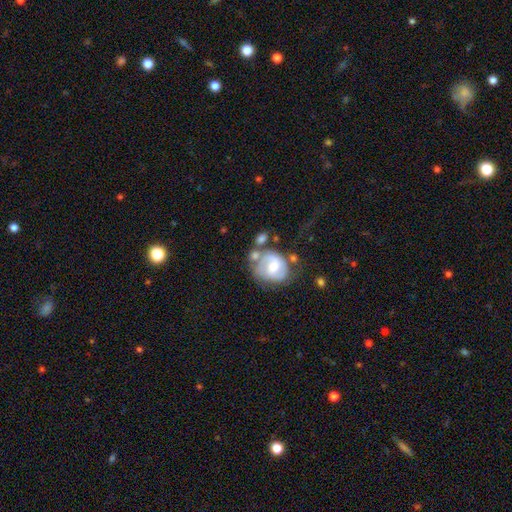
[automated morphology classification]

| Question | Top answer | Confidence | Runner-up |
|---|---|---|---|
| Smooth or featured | featured or disk | 62% | smooth (31%) |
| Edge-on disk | no | 97% | yes (3%) |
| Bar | no | 44% | tied: weak (44%) |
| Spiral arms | yes | 80% | no (20%) |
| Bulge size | moderate | 60% | small (31%) |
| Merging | none | 45% | merger (21%) |